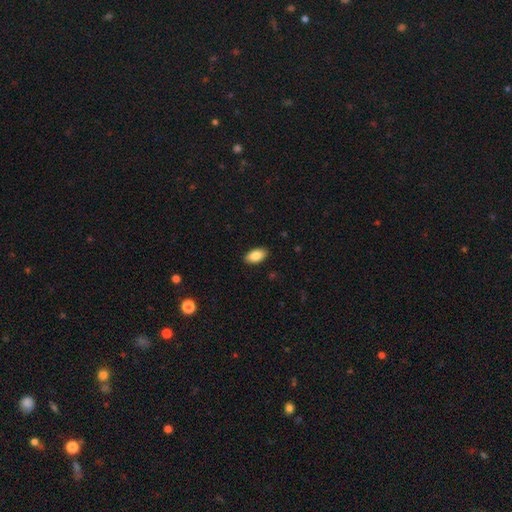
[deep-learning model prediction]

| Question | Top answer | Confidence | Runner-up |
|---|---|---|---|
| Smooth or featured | smooth | 86% | star or artifact (7%) |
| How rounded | in between | 94% | round (4%) |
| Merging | none | 89% | minor disturbance (8%) |